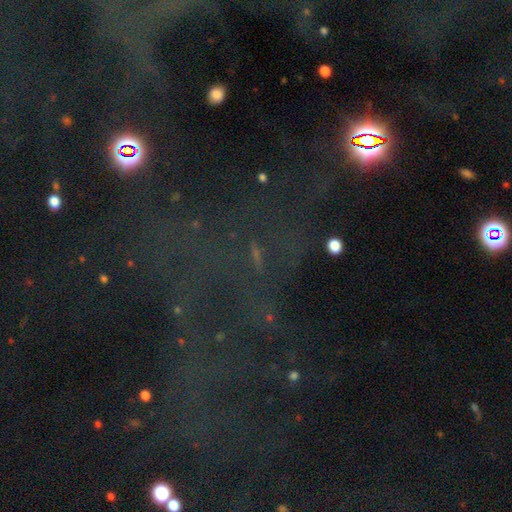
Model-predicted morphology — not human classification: smooth_or_featured: star or artifact (p=0.62) [alt: featured or disk p=0.20]